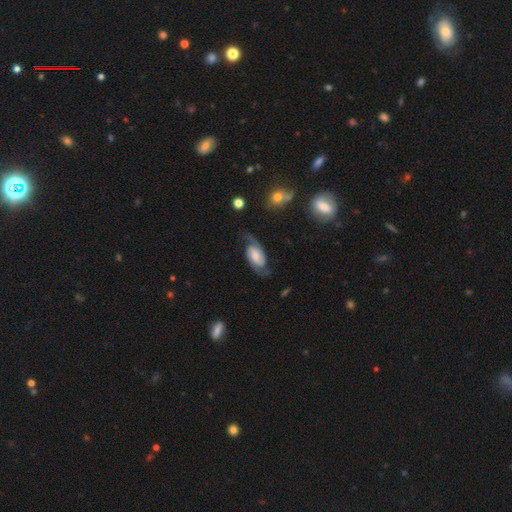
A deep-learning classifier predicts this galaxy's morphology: This is likely a featured or disk galaxy (78%). It is clearly not viewed edge-on (96%). Bar: possibly no (48%). Spiral arm pattern: clearly yes (95%). Spiral arm count: clearly 2 (91%). Spiral winding: possibly medium (47%). Central bulge: marginally moderate (37%). Merging: likely none (70%).